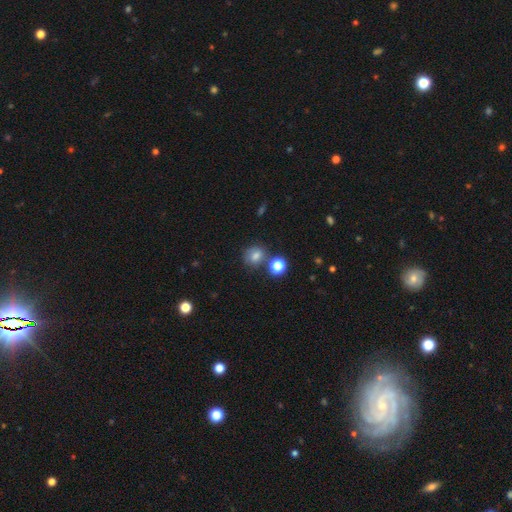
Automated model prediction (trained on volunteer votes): Morphology: type=smooth (76%); roundness=round (67%); merging=none (64%).